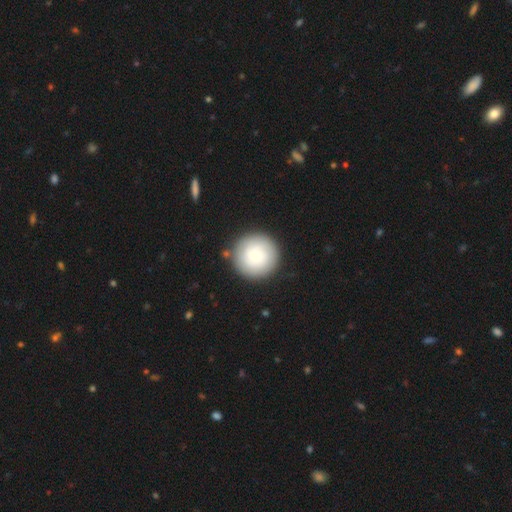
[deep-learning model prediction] A smooth galaxy with no disk features (72%) that is round (96%).

Vote fractions:
- Smooth or featured? smooth: 72% / featured or disk: 22% / star or artifact: 6%
- How rounded? round: 96% / in between: 3% / cigar-shaped: 1%
- Merging? none: 87% / minor disturbance: 8% / major disturbance: 3% / merger: 2%